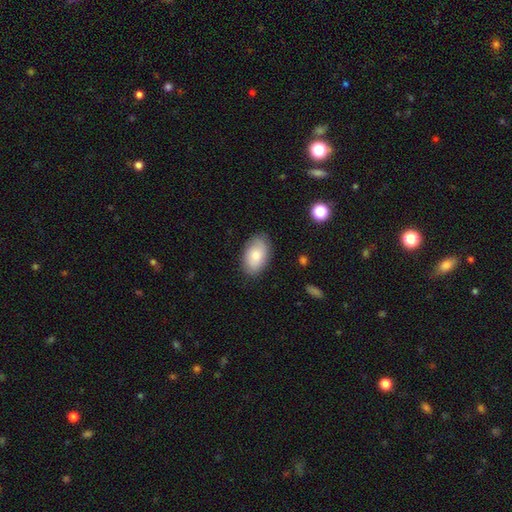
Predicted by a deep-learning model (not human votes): A smooth galaxy with no disk features (78%) that is in between round and cigar-shaped (92%). Merging: none (83%).